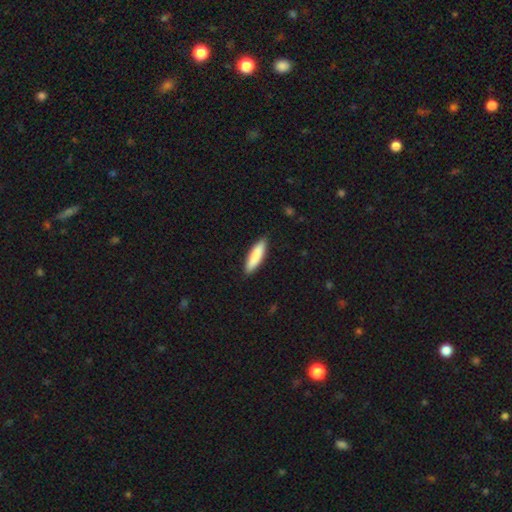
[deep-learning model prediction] smooth 87%, featured or disk 8%, star or artifact 5%. Down the decision tree: how rounded — cigar-shaped (68%); merging — none (89%).